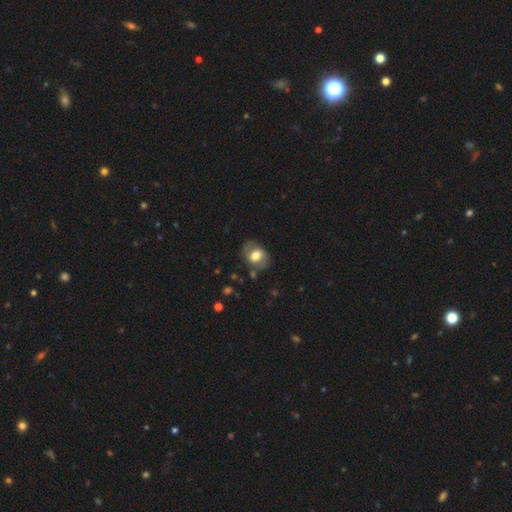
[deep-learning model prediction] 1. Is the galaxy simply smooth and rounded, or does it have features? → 66% smooth, 26% featured or disk, 7% star or artifact.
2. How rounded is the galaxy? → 58% in between, 41% round, 1% cigar-shaped.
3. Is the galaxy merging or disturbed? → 73% none, 18% minor disturbance, 7% major disturbance, 3% merger.